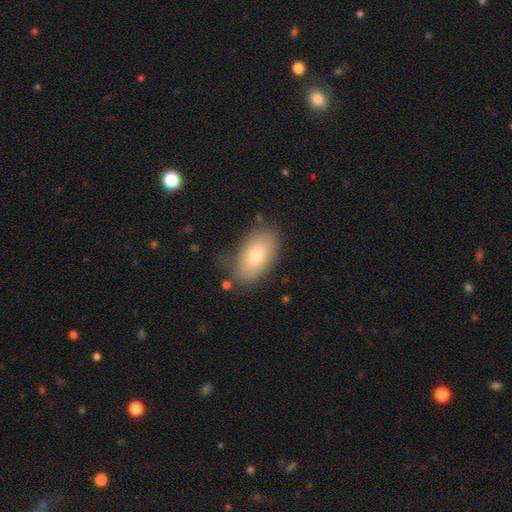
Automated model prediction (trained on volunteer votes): Smooth or featured? smooth (73%)
How rounded? in between (92%)
Merging? none (79%)